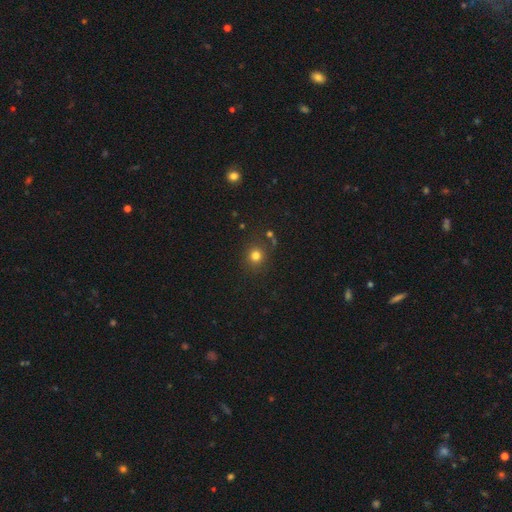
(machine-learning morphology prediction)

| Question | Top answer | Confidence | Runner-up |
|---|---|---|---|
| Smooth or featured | smooth | 77% | star or artifact (16%) |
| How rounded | round | 87% | in between (13%) |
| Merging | none | 81% | minor disturbance (10%) |